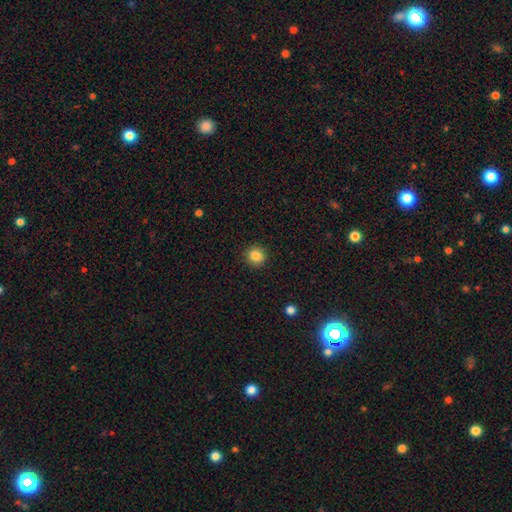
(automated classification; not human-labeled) This appears to be a smooth galaxy with no disk features (85%) that is round (90%). Merging: none (92%).